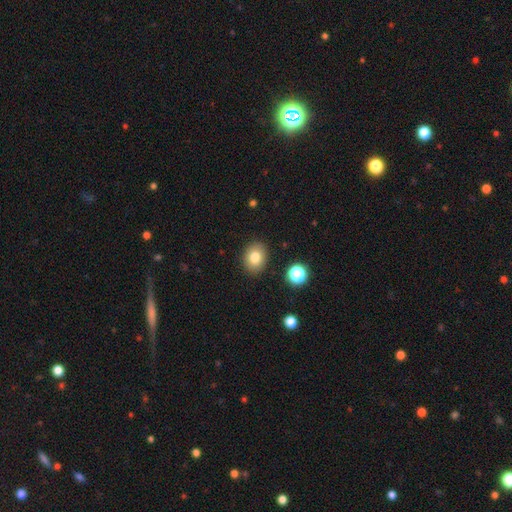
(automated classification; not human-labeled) A smooth galaxy with no disk features (80%) that is round (52%).

Vote fractions:
- Smooth or featured? smooth: 80% / star or artifact: 11% / featured or disk: 9%
- How rounded? round: 52% / in between: 47% / cigar-shaped: 1%
- Merging? none: 89% / minor disturbance: 8% / major disturbance: 2% / merger: 2%